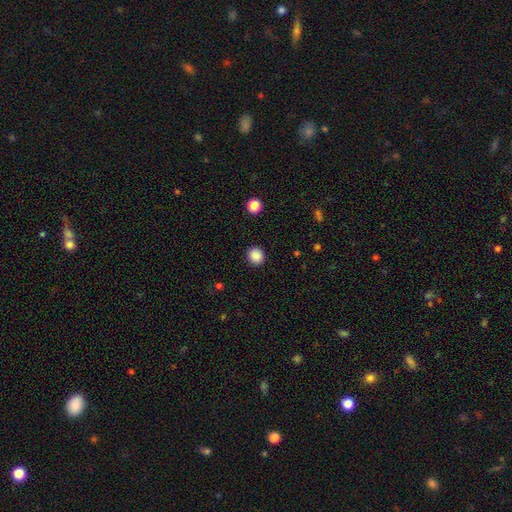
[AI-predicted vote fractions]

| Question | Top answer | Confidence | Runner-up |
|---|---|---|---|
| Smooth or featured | smooth | 87% | star or artifact (10%) |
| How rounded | round | 89% | in between (10%) |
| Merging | none | 91% | minor disturbance (5%) |